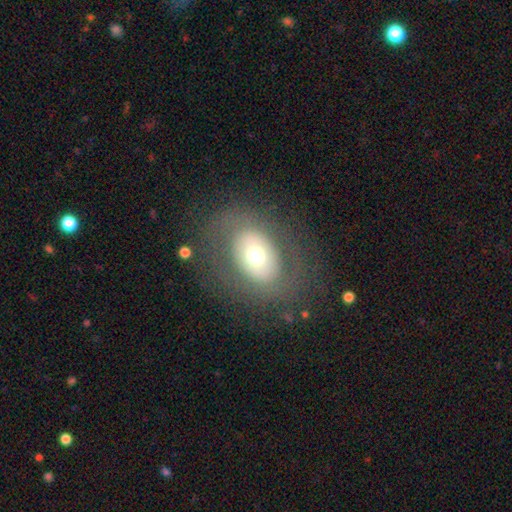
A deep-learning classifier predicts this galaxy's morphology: Smooth or featured?
  - smooth: 51% *
  - featured or disk: 39%
  - star or artifact: 10%
How rounded?
  - in between: 69% *
  - round: 30%
  - cigar-shaped: 1%
Merging?
  - none: 77% *
  - minor disturbance: 12%
  - major disturbance: 10%
  - merger: 1%